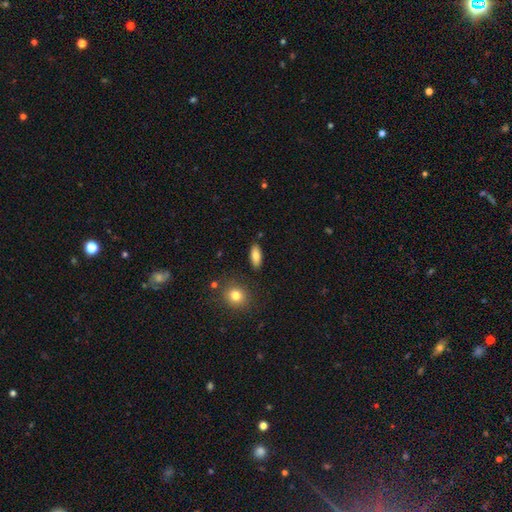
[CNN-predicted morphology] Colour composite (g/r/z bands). It shows a smooth galaxy with no disk features (82%) that is in between round and cigar-shaped (82%). Merging: none (85%).